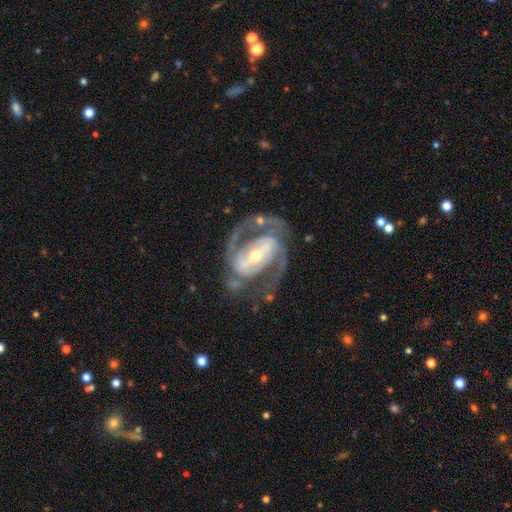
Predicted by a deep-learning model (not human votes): Morphology: type=featured or disk (91%); edge-on=no (97%); bar=strong (65%); spiral arms=yes (95%); winding=medium (57%); arm count=2 (90%); bulge=small (53%); merging=none (68%).